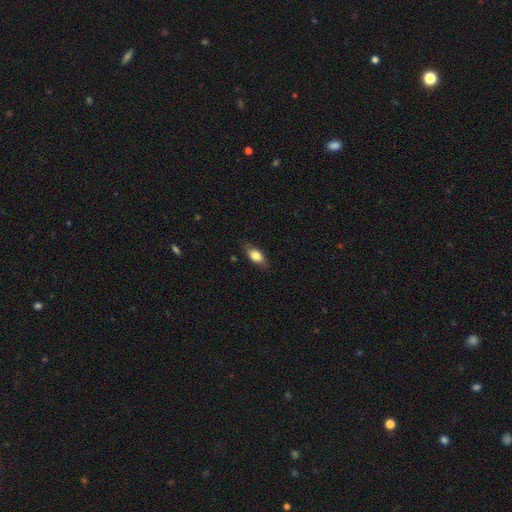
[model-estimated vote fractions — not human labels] Overall: smooth (78%). How rounded: in between (84%). Merging: none (80%).